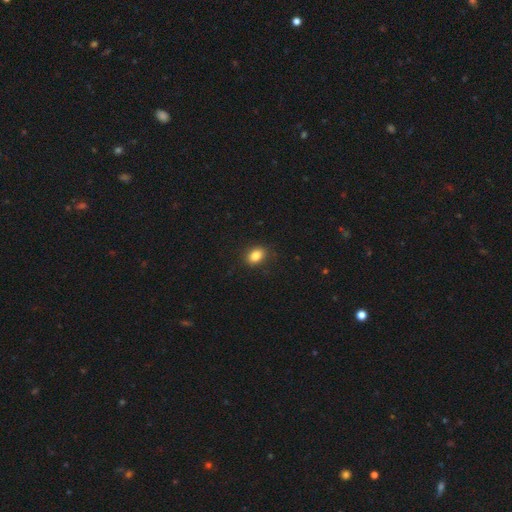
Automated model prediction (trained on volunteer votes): A smooth galaxy with no disk features (84%) that is in between round and cigar-shaped (72%).

Vote fractions:
- Smooth or featured? smooth: 84% / star or artifact: 10% / featured or disk: 6%
- How rounded? in between: 72% / round: 27% / cigar-shaped: 1%
- Merging? none: 86% / minor disturbance: 10% / major disturbance: 3% / merger: 1%